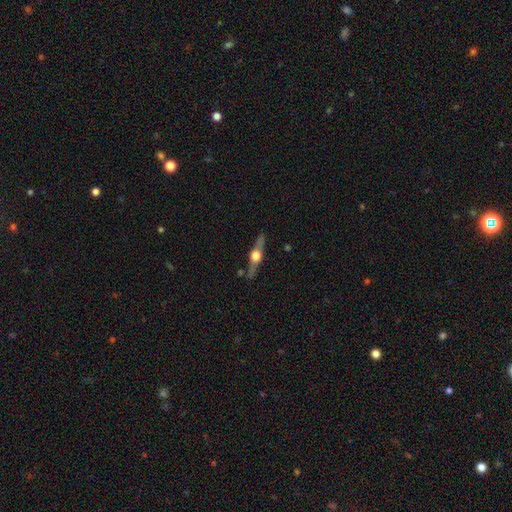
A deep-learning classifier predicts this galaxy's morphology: A featured or disk galaxy (77%) viewed edge-on (96%) with a rounded central bulge (95%). Merging: none (86%).